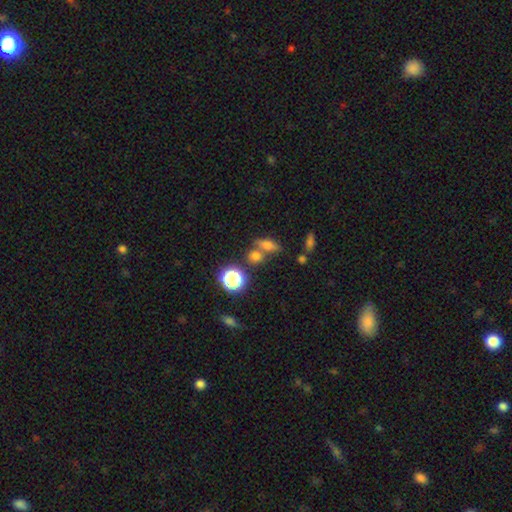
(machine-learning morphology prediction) A smooth galaxy with no disk features (68%) that is round (47%).

Vote fractions:
- Smooth or featured? smooth: 68% / star or artifact: 21% / featured or disk: 12%
- How rounded? round: 47% / in between: 42% / cigar-shaped: 10%
- Merging? none: 52% / merger: 33% / minor disturbance: 10% / major disturbance: 5%